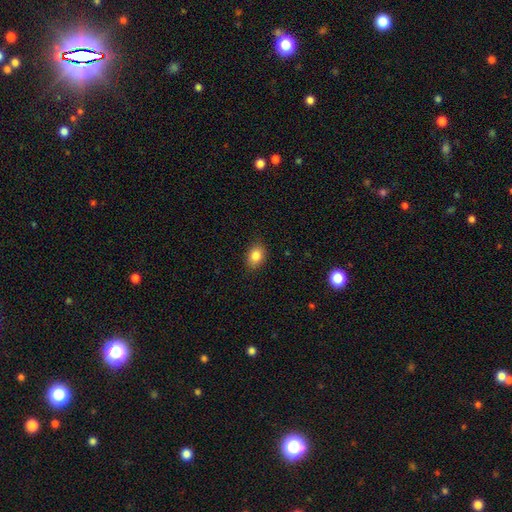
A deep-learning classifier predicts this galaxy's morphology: Smooth or featured? smooth (85%)
How rounded? in between (69%)
Merging? none (86%)